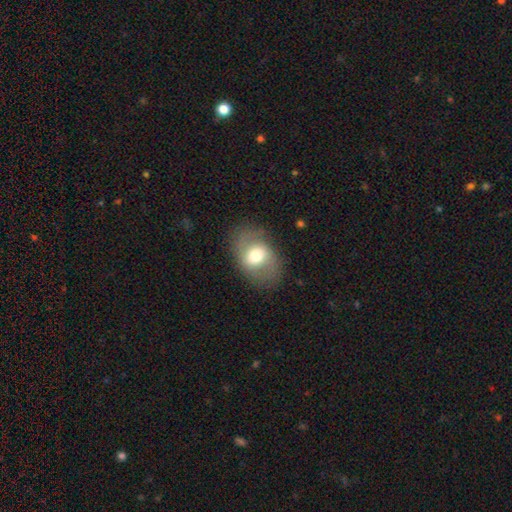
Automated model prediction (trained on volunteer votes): Overall: smooth (55%; featured or disk 37%). How rounded: in between (76%). Merging: none (77%).